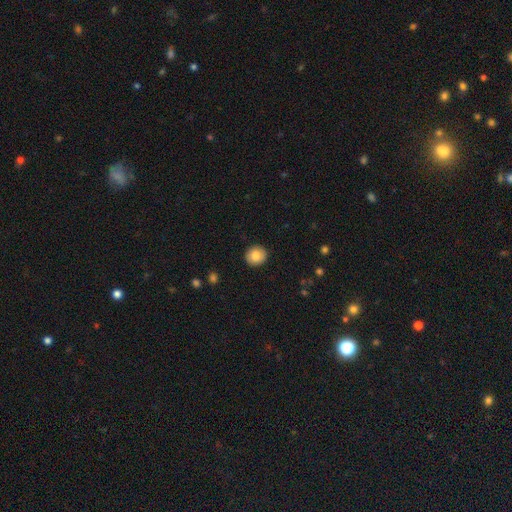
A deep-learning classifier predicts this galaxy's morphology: Smooth or featured?
  - smooth: 84% *
  - featured or disk: 9%
  - star or artifact: 8%
How rounded?
  - round: 86% *
  - in between: 13%
  - cigar-shaped: 1%
Merging?
  - none: 91% *
  - minor disturbance: 7%
  - major disturbance: 2%
  - merger: 1%